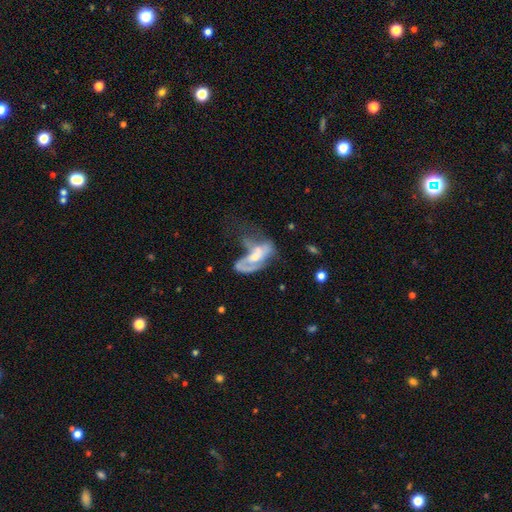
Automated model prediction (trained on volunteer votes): Q: Smooth or featured?
A: featured or disk (61%); runner-up: smooth (31%)
Q: Edge-on disk?
A: no (91%); runner-up: yes (9%)
Q: Bar?
A: no (65%); runner-up: weak (26%)
Q: Spiral arms?
A: no (54%); runner-up: yes (46%)
Q: Bulge size?
A: moderate (50%); runner-up: small (27%)
Q: Merging?
A: major disturbance (44%); runner-up: merger (25%)